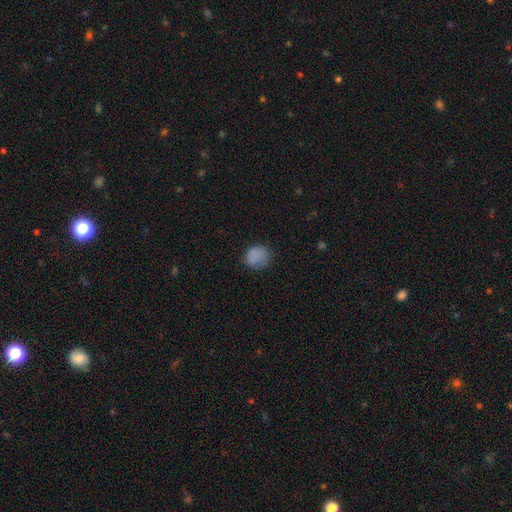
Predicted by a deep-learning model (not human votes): The model was most divided on "how rounded": round: 76%, in between: 23%, cigar-shaped: 1%. More confident: smooth or featured — smooth (83%); merging — none (73%).